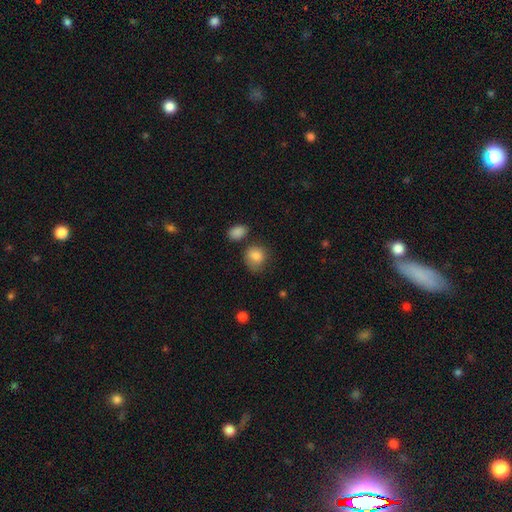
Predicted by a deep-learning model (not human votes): The model was most divided on "merging": none: 61%, minor disturbance: 24%, major disturbance: 8%, merger: 7%. More confident: smooth or featured — smooth (84%); how rounded — round (70%).